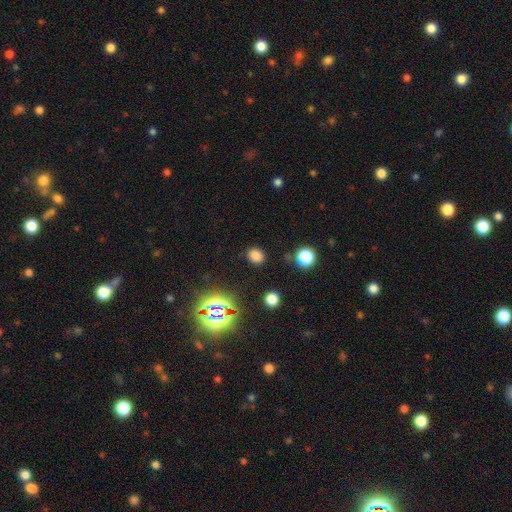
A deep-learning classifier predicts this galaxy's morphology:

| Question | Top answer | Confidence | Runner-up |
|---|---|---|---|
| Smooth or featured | smooth | 74% | star or artifact (21%) |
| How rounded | round | 53% | in between (46%) |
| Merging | none | 85% | minor disturbance (9%) |